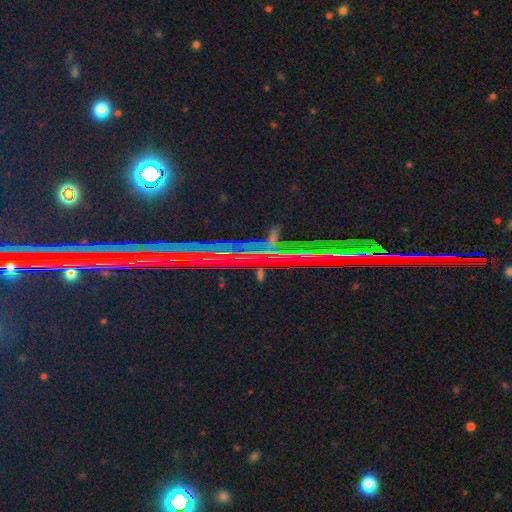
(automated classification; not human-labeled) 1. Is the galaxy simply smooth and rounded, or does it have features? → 83% star or artifact, 10% featured or disk, 7% smooth.